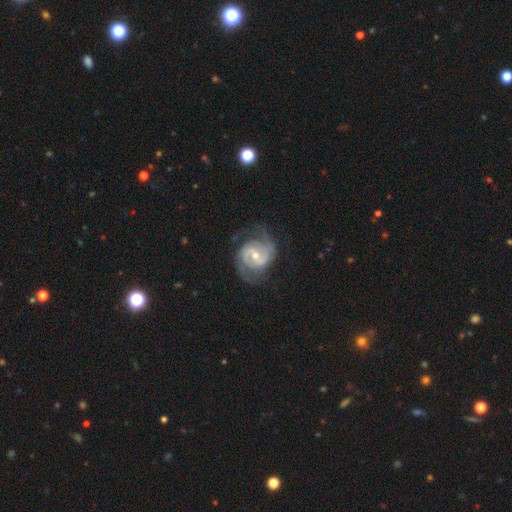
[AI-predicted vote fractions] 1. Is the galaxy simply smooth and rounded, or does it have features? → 87% featured or disk, 8% smooth, 5% star or artifact.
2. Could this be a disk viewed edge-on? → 98% no, 2% yes.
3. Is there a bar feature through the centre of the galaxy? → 48% weak, 34% no, 17% strong.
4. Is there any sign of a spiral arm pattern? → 96% yes, 4% no.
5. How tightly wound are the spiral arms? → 48% medium, 36% tight, 16% loose.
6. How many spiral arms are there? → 81% 2, 8% can't tell, 5% 3, 2% 1, 2% 4, 2% more than 4.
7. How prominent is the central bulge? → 52% moderate, 44% small, 2% large, 1% none, 1% dominant.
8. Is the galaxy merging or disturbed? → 68% none, 19% minor disturbance, 12% major disturbance, 1% merger.